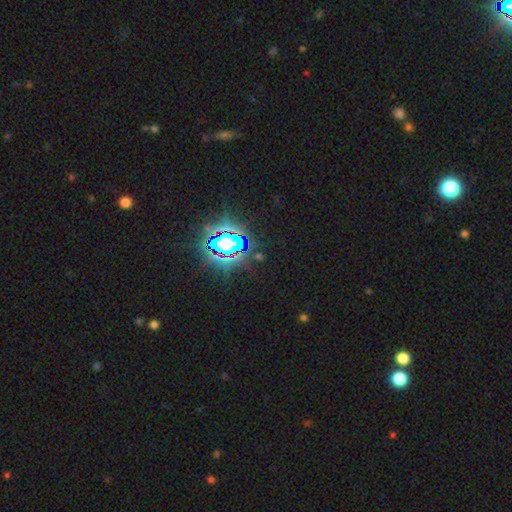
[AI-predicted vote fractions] Overall: star or artifact (78%).